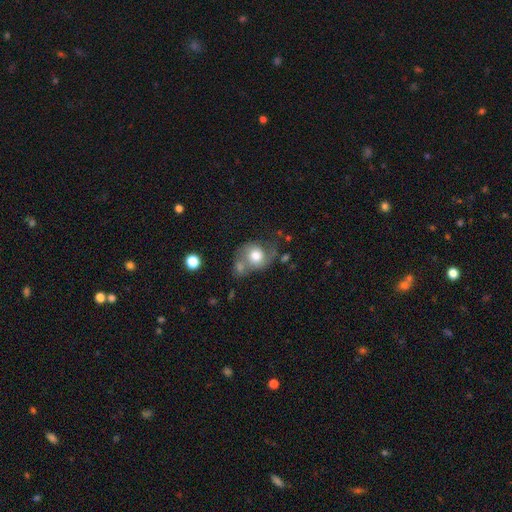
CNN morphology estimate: smooth-or-featured: smooth: 65% | featured or disk: 26% | star or artifact: 8%
  how-rounded: round: 75% | in between: 24% | cigar-shaped: 1%
  merging: none: 38% | merger: 28% | minor disturbance: 20% | major disturbance: 15%